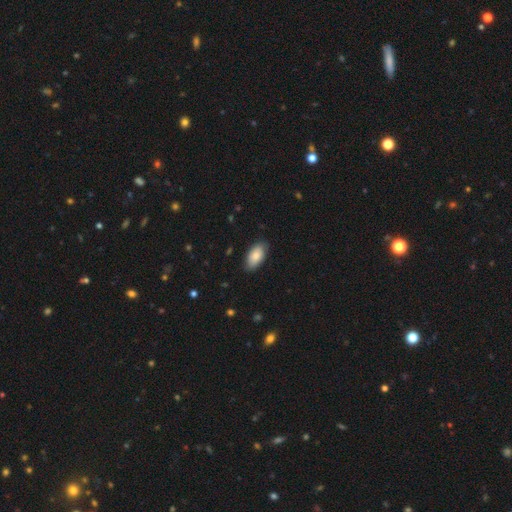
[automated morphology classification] type=smooth (84%); roundness=in between (94%); merging=none (81%).